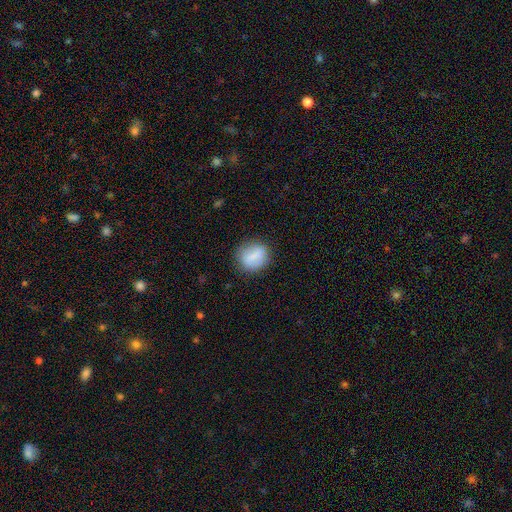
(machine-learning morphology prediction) Overall: smooth (72%). How rounded: round (66%; in between 32%). Merging: none (80%).